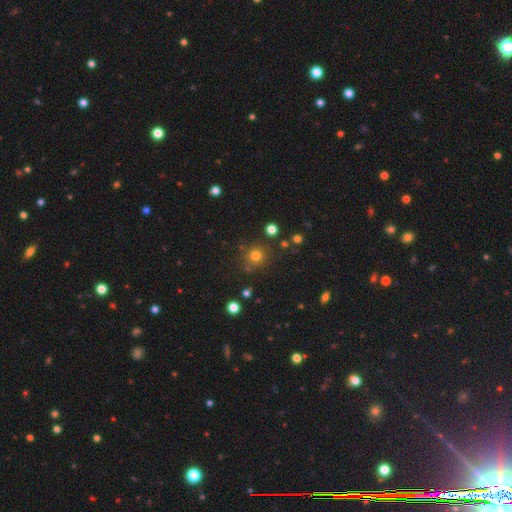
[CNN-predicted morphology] A smooth galaxy with no disk features (76%) that is round (89%). Merging: none (81%).